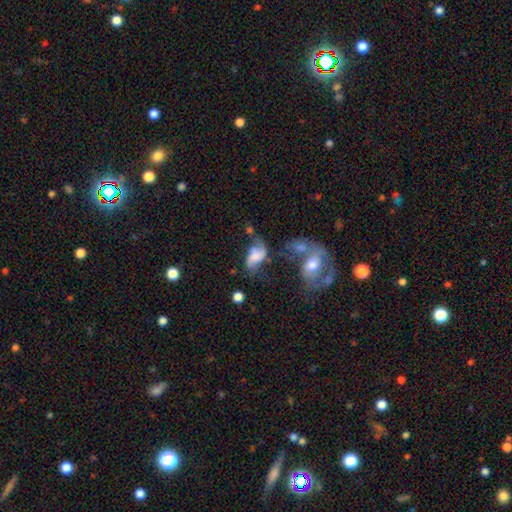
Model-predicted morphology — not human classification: Smooth or featured? featured or disk (61%)
Edge-on disk? no (97%)
Bar? no (56%)
Spiral arms? yes (89%)
Spiral winding? loose (65%)
Spiral arm count? 2 (87%)
Bulge size? moderate (28%)
Merging? none (38%)